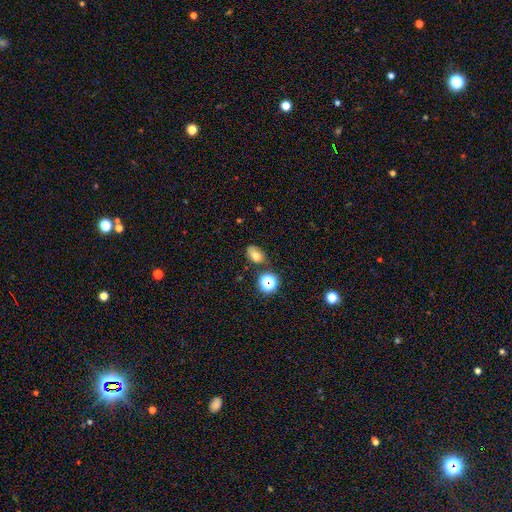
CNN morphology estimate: Smooth or featured?
  - smooth: 69% *
  - star or artifact: 17%
  - featured or disk: 14%
How rounded?
  - in between: 77% *
  - round: 21%
  - cigar-shaped: 2%
Merging?
  - none: 70% *
  - minor disturbance: 19%
  - merger: 6%
  - major disturbance: 5%